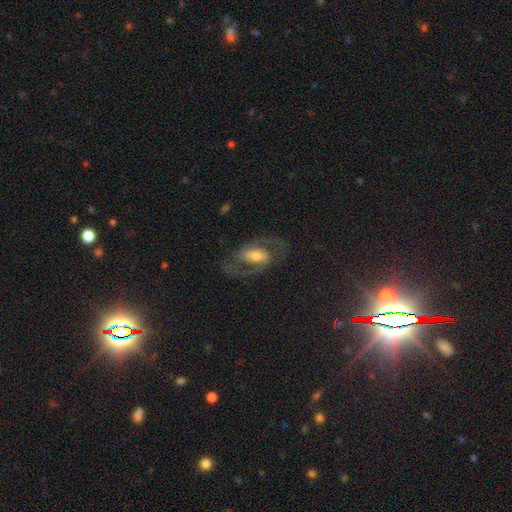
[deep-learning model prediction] Overall: featured or disk (74%). Edge-on disk: no (95%). Bar: weak (41%; no 33%). Spiral arms: yes (85%). Spiral arm count: 2 (89%). Spiral winding: medium (56%; loose 22%). Bulge size: moderate (51%; small 25%). Merging: none (72%).